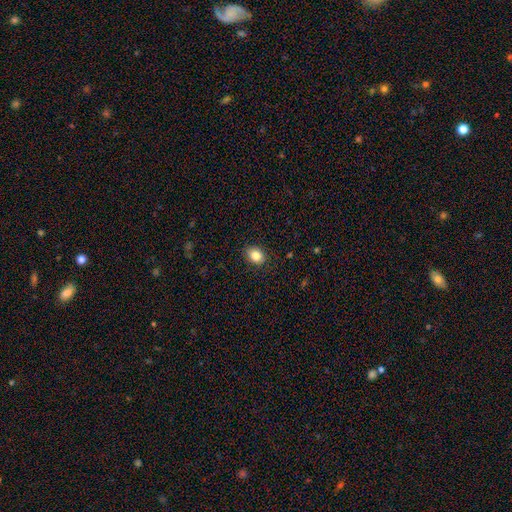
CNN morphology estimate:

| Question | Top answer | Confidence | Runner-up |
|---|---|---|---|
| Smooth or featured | smooth | 85% | star or artifact (9%) |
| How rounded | in between | 64% | round (35%) |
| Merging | none | 87% | minor disturbance (10%) |